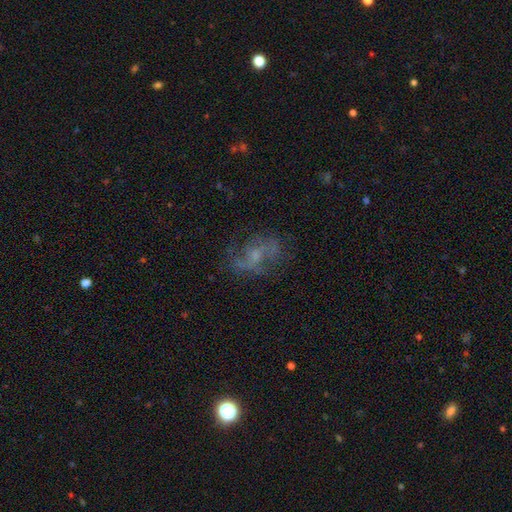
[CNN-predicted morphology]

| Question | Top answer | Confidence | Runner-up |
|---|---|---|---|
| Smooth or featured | featured or disk | 58% | smooth (25%) |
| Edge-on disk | no | 95% | yes (5%) |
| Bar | no | 66% | weak (28%) |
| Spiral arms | yes | 63% | no (37%) |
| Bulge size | small | 46% | moderate (29%) |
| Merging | none | 60% | minor disturbance (19%) |